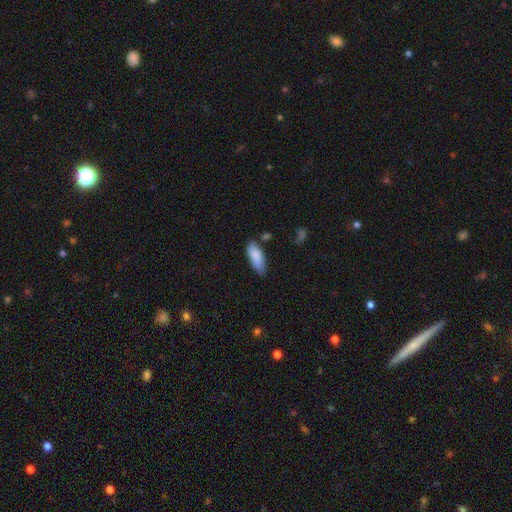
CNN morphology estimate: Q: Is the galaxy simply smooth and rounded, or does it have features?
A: smooth — 86%.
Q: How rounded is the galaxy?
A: in between — 75%.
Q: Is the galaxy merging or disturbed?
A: none — 68%.